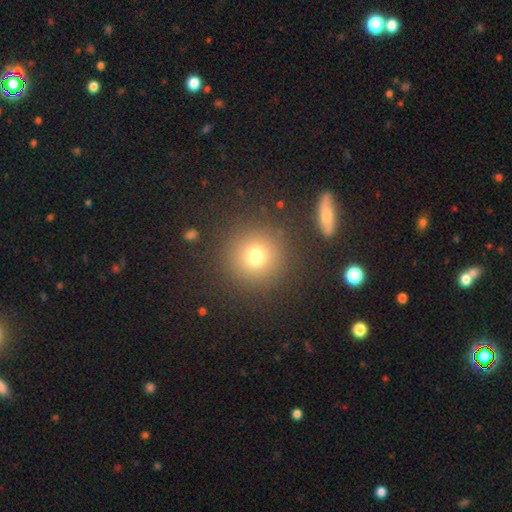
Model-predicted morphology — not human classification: This appears to be a smooth galaxy with no disk features (74%) that is round (95%). Merging: none (88%).